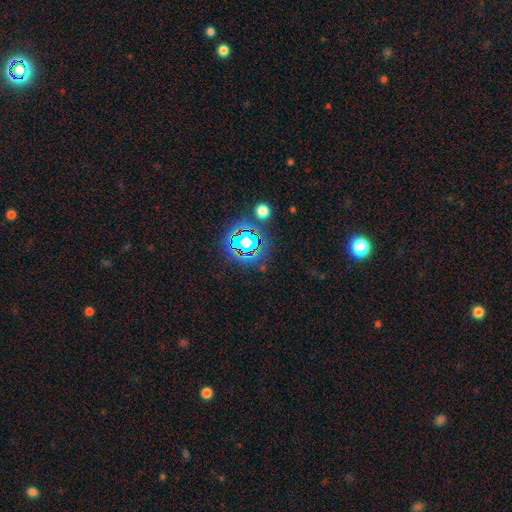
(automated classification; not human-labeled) A star or artifact, not a galaxy (79%).

Vote fractions:
- Smooth or featured? star or artifact: 79% / smooth: 12% / featured or disk: 9%